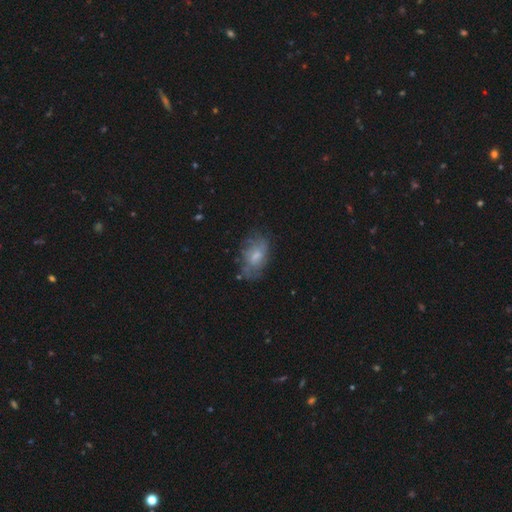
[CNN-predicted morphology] Smooth or featured? Predicted: smooth (p=0.46, tied with featured or disk). Merging? Predicted: none (p=0.58).